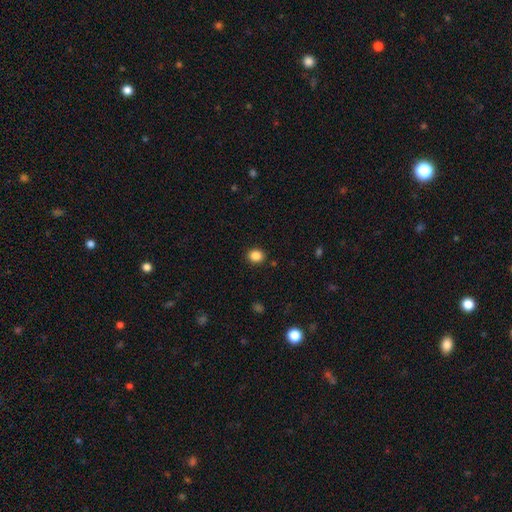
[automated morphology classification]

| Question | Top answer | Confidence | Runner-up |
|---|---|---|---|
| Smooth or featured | smooth | 86% | star or artifact (10%) |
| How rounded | round | 68% | in between (32%) |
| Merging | none | 90% | minor disturbance (7%) |